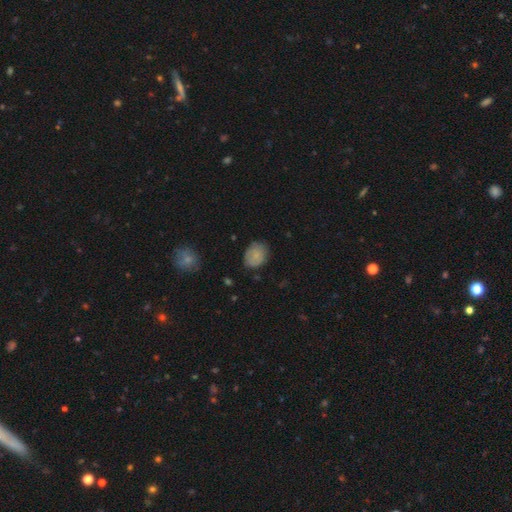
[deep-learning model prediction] The model was most divided on "how rounded": in between: 56%, round: 43%, cigar-shaped: 1%. More confident: smooth or featured — smooth (80%); merging — none (73%).